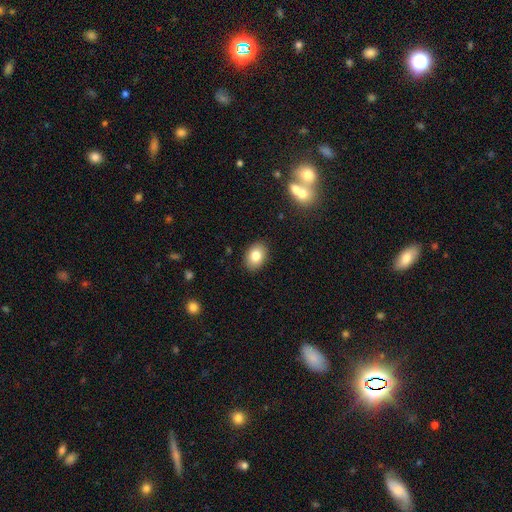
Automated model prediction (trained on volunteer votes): Smooth or featured?
  - smooth: 82% *
  - featured or disk: 9%
  - star or artifact: 9%
How rounded?
  - in between: 77% *
  - round: 22%
  - cigar-shaped: 1%
Merging?
  - none: 89% *
  - minor disturbance: 8%
  - major disturbance: 2%
  - merger: 1%